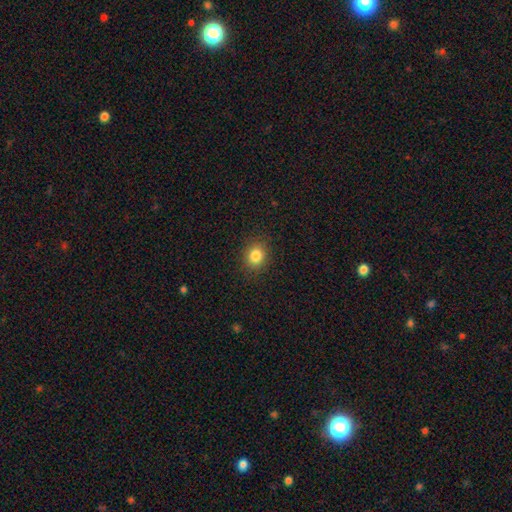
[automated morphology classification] Smooth or featured? smooth (83%)
How rounded? round (70%)
Merging? none (89%)